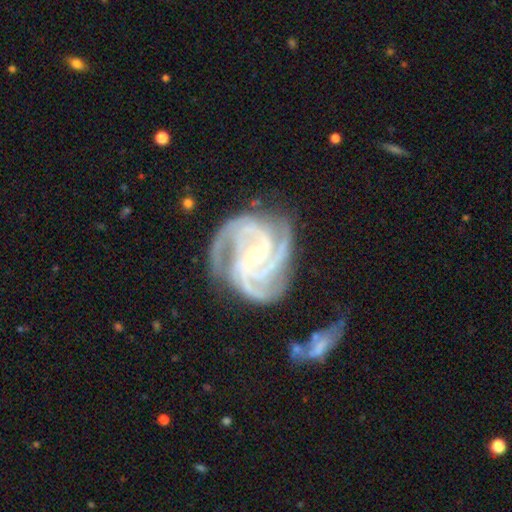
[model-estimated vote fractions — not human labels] smooth-or-featured: featured or disk: 93% | star or artifact: 4% | smooth: 3%
  disk-edge-on: no: 98% | yes: 2%
    bar: no: 47% | weak: 35% | strong: 18%
    has-spiral-arms: yes: 99% | no: 1%
      spiral-winding: tight: 60% | medium: 36% | loose: 4%
      spiral-arm-count: 3: 51% | 4: 24% | 2: 9% | can't tell: 7% | more than 4: 5% | 1: 5%
    bulge-size: small: 57% | moderate: 40% | large: 1% | none: 1% | dominant: 1%
  merging: none: 69% | minor disturbance: 20% | major disturbance: 8% | merger: 2%